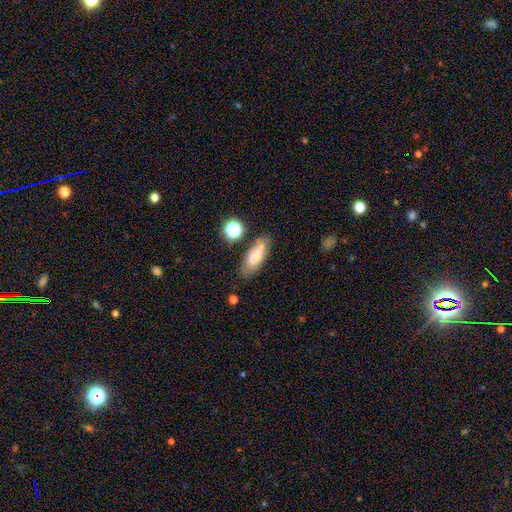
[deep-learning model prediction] This is likely a smooth galaxy (68%). How rounded: likely in between (75%). Merging: likely none (68%).